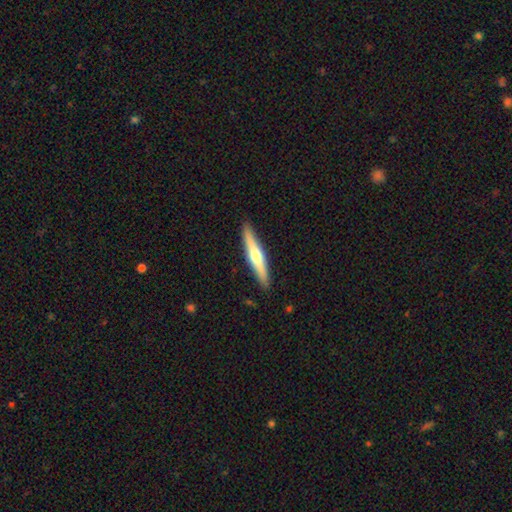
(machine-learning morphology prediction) Q: Smooth or featured?
A: featured or disk (52%); runner-up: smooth (43%)
Q: Edge-on disk?
A: yes (95%); runner-up: no (5%)
Q: Merging?
A: none (90%); runner-up: minor disturbance (7%)